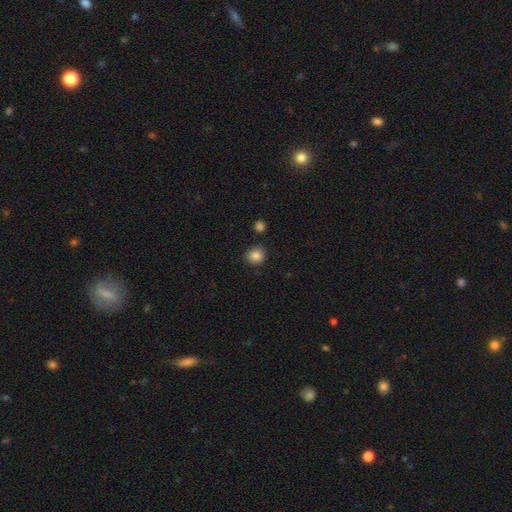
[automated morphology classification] smooth-or-featured: smooth: 86% | star or artifact: 10% | featured or disk: 4%
  how-rounded: round: 82% | in between: 17% | cigar-shaped: 1%
  merging: none: 82% | minor disturbance: 12% | merger: 4% | major disturbance: 3%